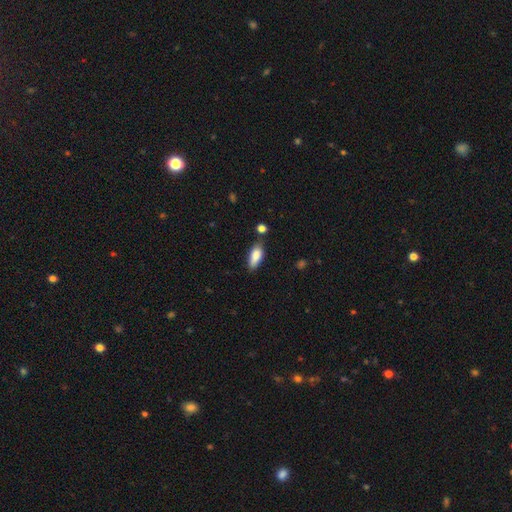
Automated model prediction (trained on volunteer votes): This is clearly a smooth galaxy (81%). How rounded: likely in between (76%). Merging: likely none (66%).